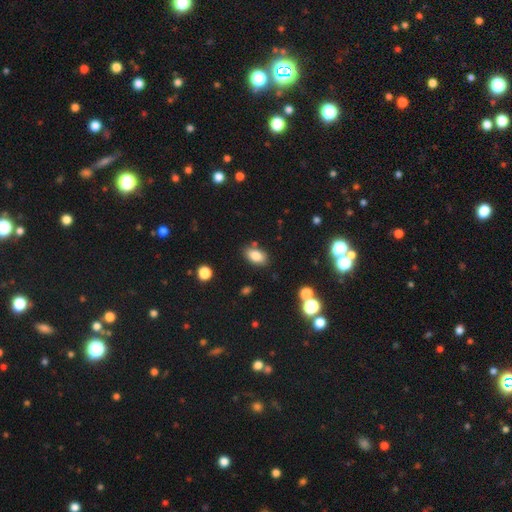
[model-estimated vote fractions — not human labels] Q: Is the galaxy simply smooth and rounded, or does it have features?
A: smooth — 84%.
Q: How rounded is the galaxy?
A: in between — 90%.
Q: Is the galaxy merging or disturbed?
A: none — 81%.